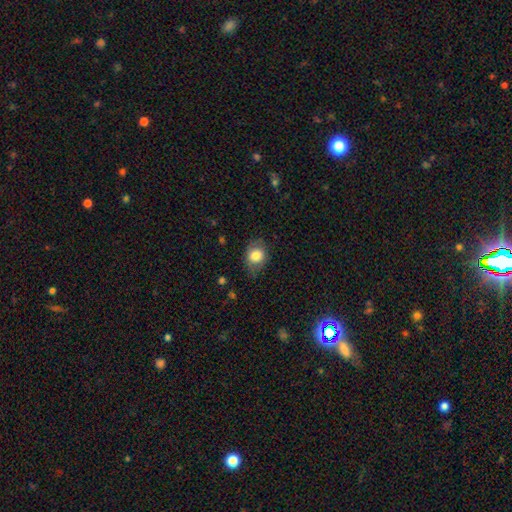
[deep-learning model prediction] smooth_or_featured: smooth (p=0.79) [alt: featured or disk p=0.13]
how_rounded: in between (p=0.52) [alt: round p=0.47]
merging: none (p=0.67) [alt: minor disturbance p=0.23]